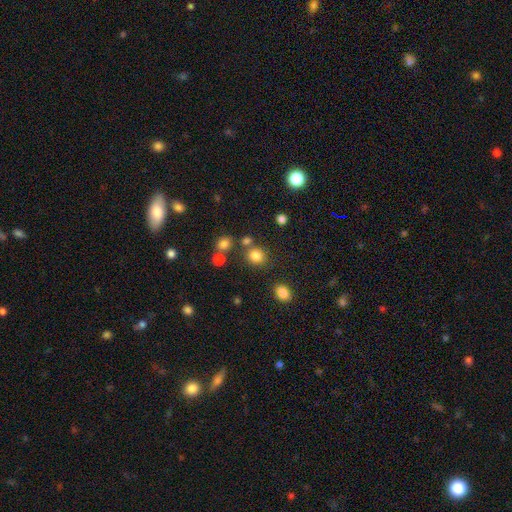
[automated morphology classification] Overall: smooth (80%). How rounded: round (79%). Merging: none (72%).